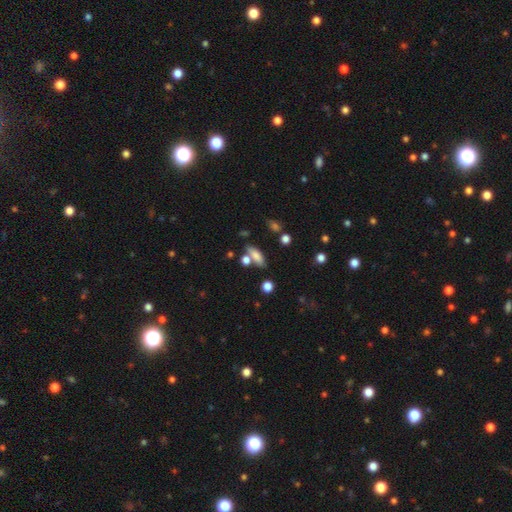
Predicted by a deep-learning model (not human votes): Smooth or featured?
  - smooth: 75% *
  - featured or disk: 15%
  - star or artifact: 10%
How rounded?
  - in between: 58% *
  - cigar-shaped: 35%
  - round: 7%
Merging?
  - none: 60% *
  - merger: 21%
  - minor disturbance: 14%
  - major disturbance: 5%